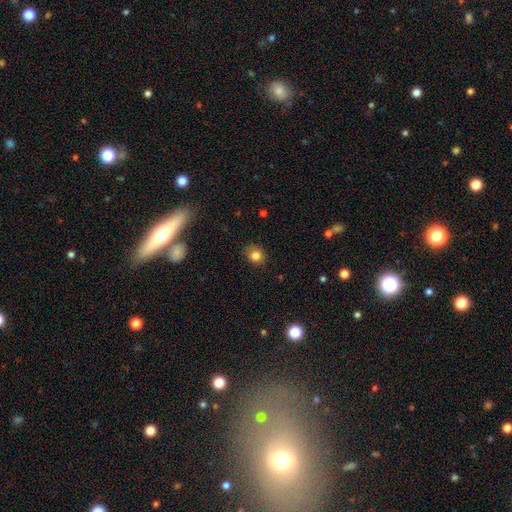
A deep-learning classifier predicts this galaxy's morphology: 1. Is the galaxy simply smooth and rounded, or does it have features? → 82% smooth, 11% star or artifact, 7% featured or disk.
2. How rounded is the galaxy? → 65% round, 34% in between, 1% cigar-shaped.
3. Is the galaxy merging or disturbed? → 79% none, 16% minor disturbance, 3% major disturbance, 1% merger.